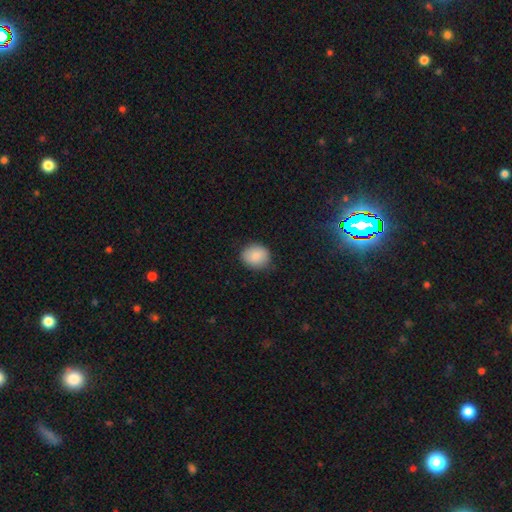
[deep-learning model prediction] Smooth or featured?
  - smooth: 85% *
  - star or artifact: 8%
  - featured or disk: 7%
How rounded?
  - round: 75% *
  - in between: 24%
  - cigar-shaped: 1%
Merging?
  - none: 84% *
  - minor disturbance: 12%
  - major disturbance: 3%
  - merger: 1%